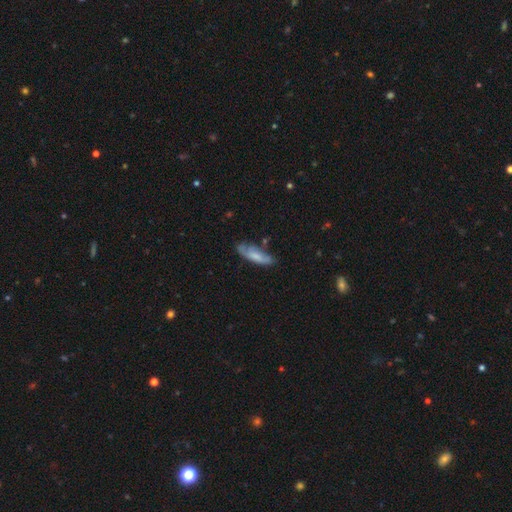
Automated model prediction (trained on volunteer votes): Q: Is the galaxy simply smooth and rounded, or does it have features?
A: smooth — 63%.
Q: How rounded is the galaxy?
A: cigar-shaped — 52%.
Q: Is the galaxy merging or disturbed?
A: none — 60%.